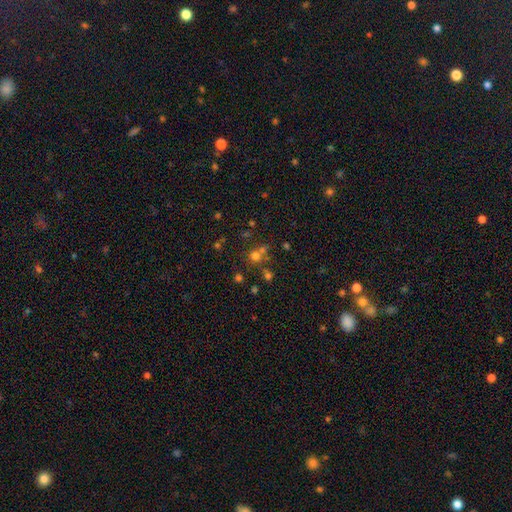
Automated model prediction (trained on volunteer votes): Smooth or featured?
  - smooth: 51% *
  - star or artifact: 37%
  - featured or disk: 12%
How rounded?
  - round: 88% *
  - in between: 11%
  - cigar-shaped: 1%
Merging?
  - none: 60% *
  - merger: 28%
  - minor disturbance: 8%
  - major disturbance: 4%